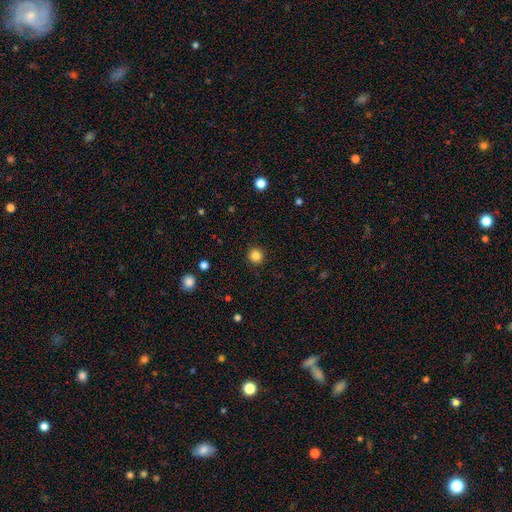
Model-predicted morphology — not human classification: A smooth galaxy with no disk features (84%) that is round (94%).

Vote fractions:
- Smooth or featured? smooth: 84% / star or artifact: 12% / featured or disk: 4%
- How rounded? round: 94% / in between: 5% / cigar-shaped: 1%
- Merging? none: 92% / minor disturbance: 5% / major disturbance: 2% / merger: 1%